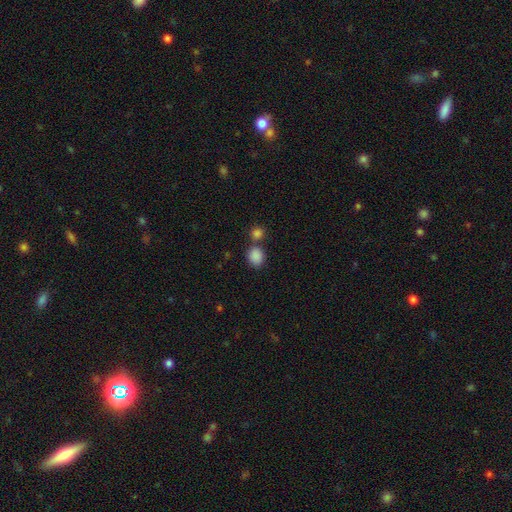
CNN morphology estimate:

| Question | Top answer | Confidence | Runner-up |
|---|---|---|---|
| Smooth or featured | smooth | 87% | star or artifact (9%) |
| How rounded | round | 59% | in between (40%) |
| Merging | none | 58% | merger (27%) |